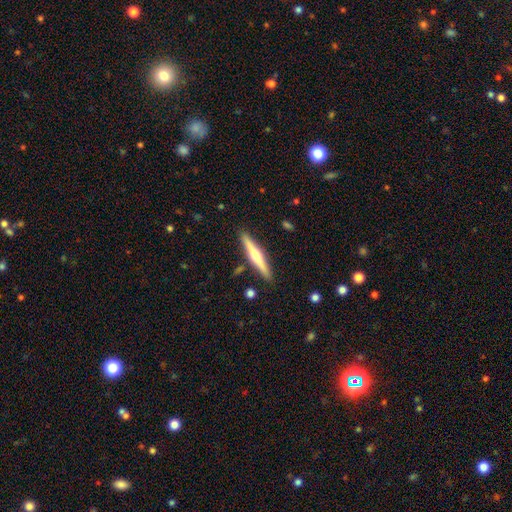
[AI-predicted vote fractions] Q: Smooth or featured?
A: featured or disk (65%); runner-up: smooth (30%)
Q: Edge-on disk?
A: yes (97%); runner-up: no (3%)
Q: Edge-on bulge?
A: rounded (91%); runner-up: none (5%)
Q: Merging?
A: none (89%); runner-up: minor disturbance (8%)